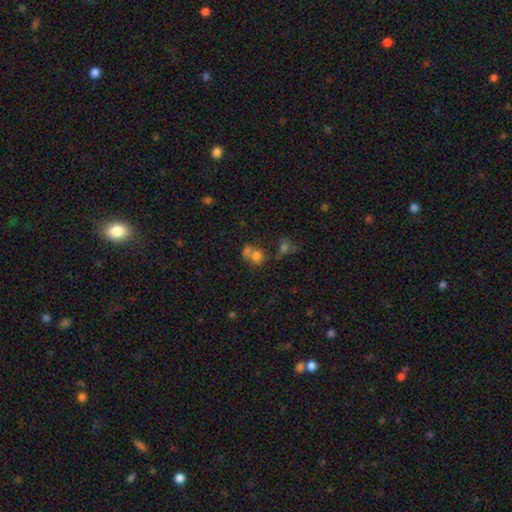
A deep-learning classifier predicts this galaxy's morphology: Smooth or featured?
  - smooth: 73% *
  - star or artifact: 15%
  - featured or disk: 12%
How rounded?
  - round: 76% *
  - in between: 23%
  - cigar-shaped: 1%
Merging?
  - merger: 50% *
  - none: 37%
  - minor disturbance: 8%
  - major disturbance: 5%